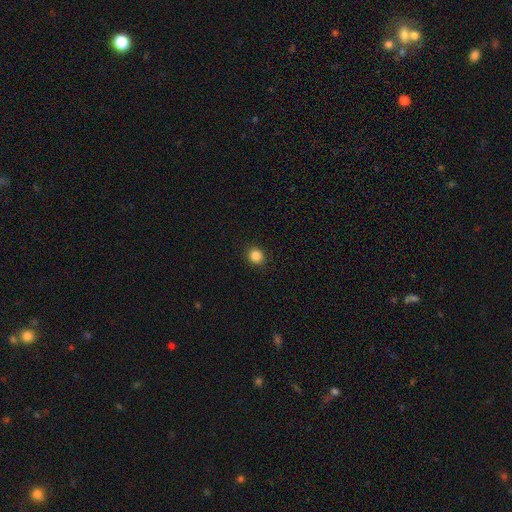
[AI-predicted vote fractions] Morphology: type=smooth (86%); roundness=round (87%); merging=none (92%).